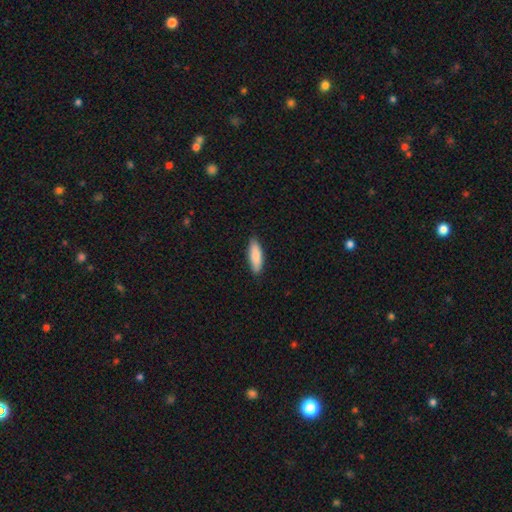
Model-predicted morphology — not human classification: A smooth galaxy with no disk features (85%) that is cigar-shaped (50%).

Vote fractions:
- Smooth or featured? smooth: 85% / featured or disk: 10% / star or artifact: 5%
- How rounded? cigar-shaped: 50% / in between: 49% / round: 2%
- Merging? none: 88% / minor disturbance: 9% / major disturbance: 2% / merger: 1%